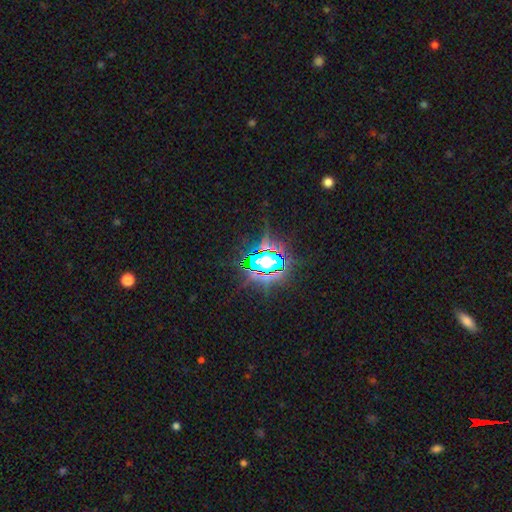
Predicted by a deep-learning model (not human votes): A star or artifact, not a galaxy (85%).